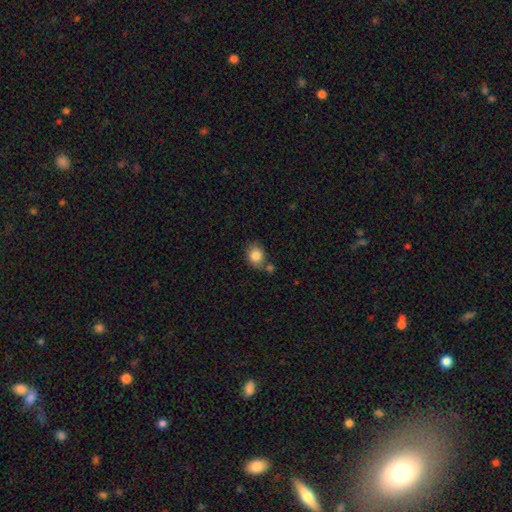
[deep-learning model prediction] smooth 84%, star or artifact 9%, featured or disk 7%. Down the decision tree: how rounded — round (61%); merging — none (61%).